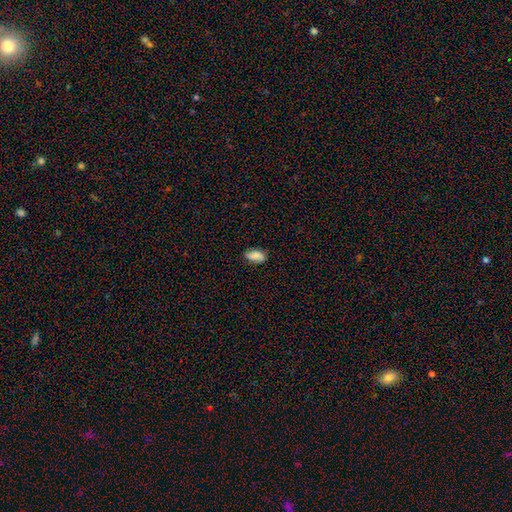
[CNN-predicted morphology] Smooth or featured?
  - smooth: 81% *
  - featured or disk: 11%
  - star or artifact: 8%
How rounded?
  - in between: 90% *
  - cigar-shaped: 6%
  - round: 5%
Merging?
  - none: 80% *
  - minor disturbance: 15%
  - major disturbance: 3%
  - merger: 1%